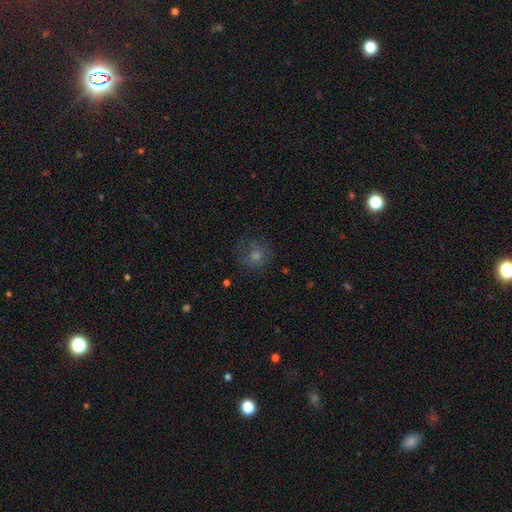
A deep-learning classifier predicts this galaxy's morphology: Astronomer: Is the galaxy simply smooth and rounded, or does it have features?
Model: smooth — 46% (runner-up: featured or disk, 29%).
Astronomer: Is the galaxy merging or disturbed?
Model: none — 70%.